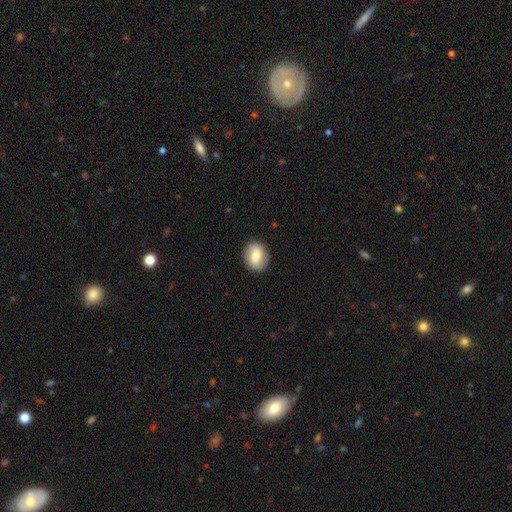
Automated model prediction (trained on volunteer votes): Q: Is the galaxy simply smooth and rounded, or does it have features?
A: smooth — 62%.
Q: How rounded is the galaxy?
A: round — 55%.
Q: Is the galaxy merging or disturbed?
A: none — 87%.